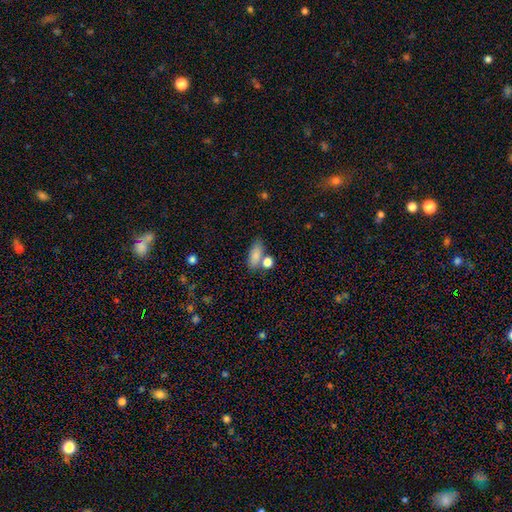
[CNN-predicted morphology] Overall: smooth (83%). How rounded: in between (76%). Merging: none (58%; merger 24%).